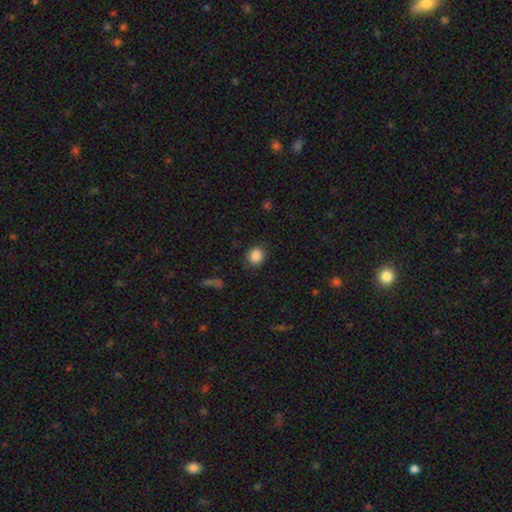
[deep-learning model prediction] Smooth or featured? Predicted: smooth (p=0.87). How rounded? Predicted: round (p=0.71). Merging? Predicted: none (p=0.83).